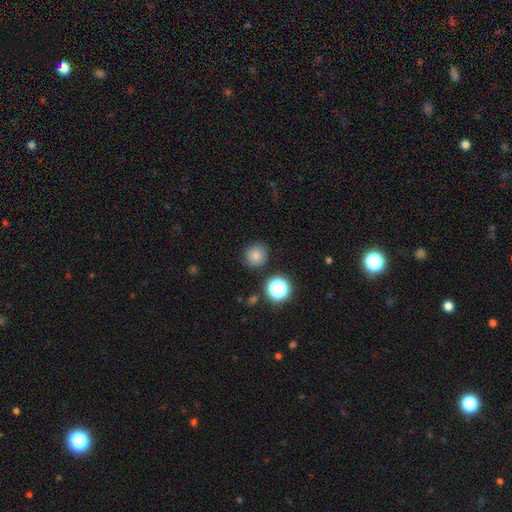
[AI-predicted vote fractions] This is likely a smooth galaxy (80%). How rounded: clearly round (90%). Merging: clearly none (85%).